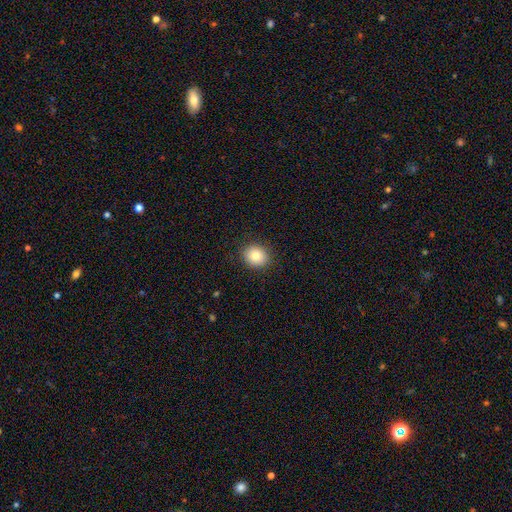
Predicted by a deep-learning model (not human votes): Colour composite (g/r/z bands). It shows a smooth galaxy with no disk features (83%) that is round (69%). Merging: none (89%).